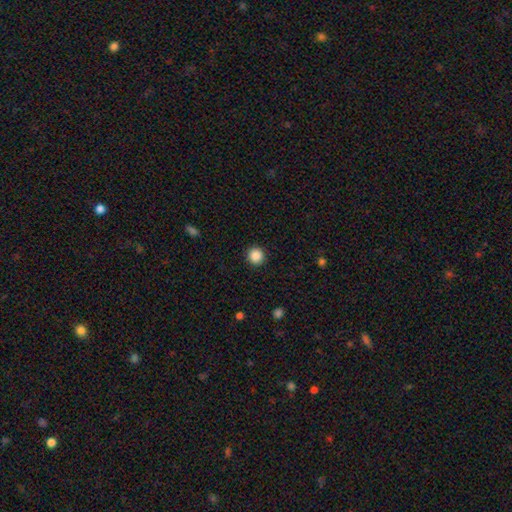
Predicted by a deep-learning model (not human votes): Morphology: type=smooth (87%); roundness=round (94%); merging=none (92%).